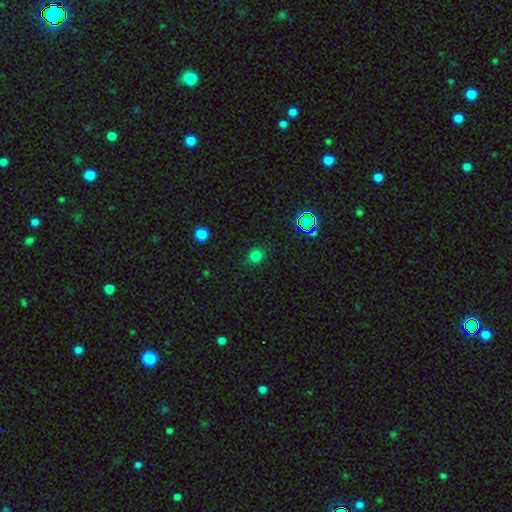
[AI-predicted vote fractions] smooth-or-featured: smooth: 77% | star or artifact: 19% | featured or disk: 4%
  how-rounded: round: 82% | in between: 17% | cigar-shaped: 1%
  merging: none: 86% | minor disturbance: 10% | major disturbance: 3% | merger: 1%